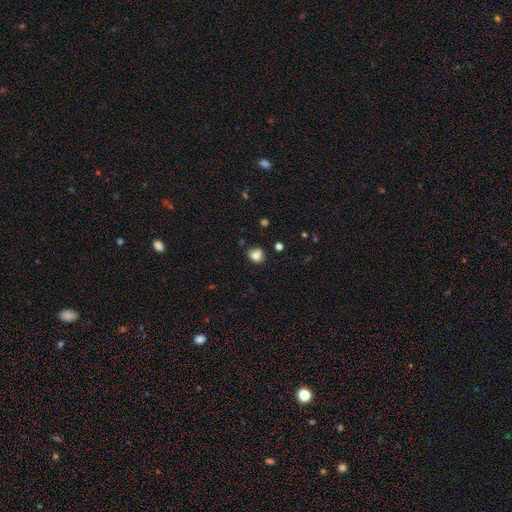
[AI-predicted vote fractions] The model was most divided on "merging": none: 59%, minor disturbance: 22%, merger: 13%, major disturbance: 6%. More confident: smooth or featured — smooth (77%); how rounded — round (72%).